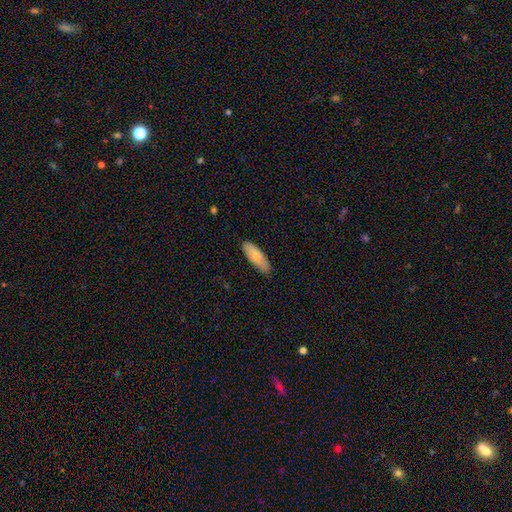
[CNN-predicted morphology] The model was most divided on "how rounded": in between: 61%, cigar-shaped: 36%, round: 2%. More confident: merging — none (87%); smooth or featured — smooth (66%).